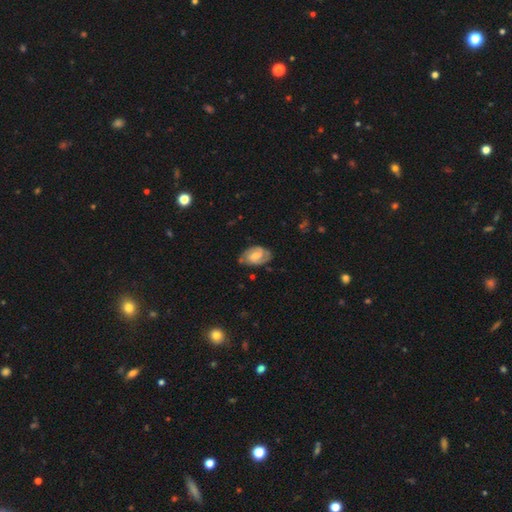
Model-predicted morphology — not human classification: type=featured or disk (69%); edge-on=no (96%); bar=weak (50%); spiral arms=yes (91%); winding=tight (46%); arm count=2 (75%); bulge=moderate (47%); merging=none (69%).